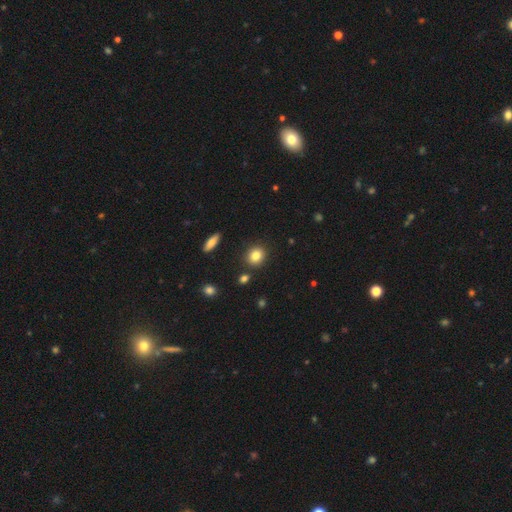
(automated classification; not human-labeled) This appears to be a smooth galaxy with no disk features (84%) that is round (74%). Merging: none (87%).